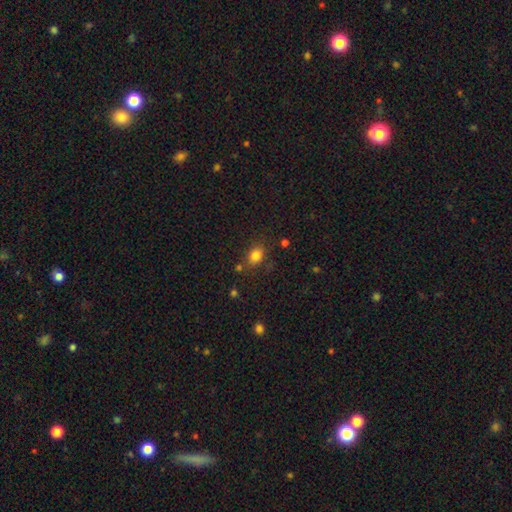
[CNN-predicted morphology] A smooth galaxy with no disk features (81%) that is in between round and cigar-shaped (56%).

Vote fractions:
- Smooth or featured? smooth: 81% / star or artifact: 13% / featured or disk: 6%
- How rounded? in between: 56% / round: 43% / cigar-shaped: 1%
- Merging? none: 74% / minor disturbance: 14% / merger: 7% / major disturbance: 5%